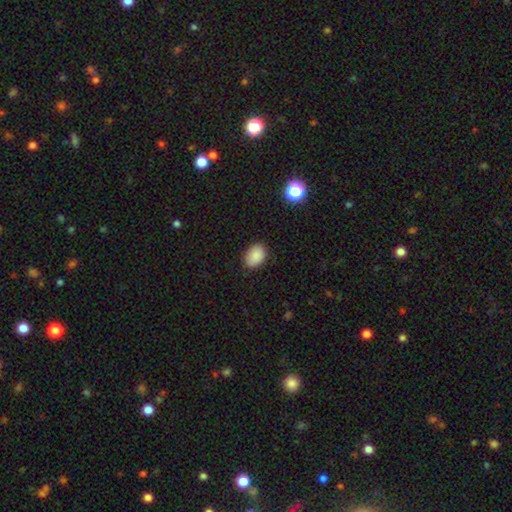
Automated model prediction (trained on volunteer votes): This appears to be a smooth galaxy with no disk features (88%) that is in between round and cigar-shaped (77%). Merging: none (85%).